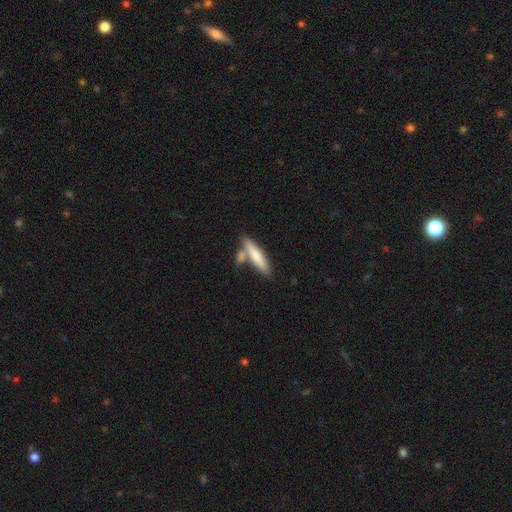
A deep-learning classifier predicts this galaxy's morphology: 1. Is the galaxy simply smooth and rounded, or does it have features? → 70% smooth, 24% featured or disk, 5% star or artifact.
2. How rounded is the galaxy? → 81% cigar-shaped, 17% in between, 2% round.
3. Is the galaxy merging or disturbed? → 57% none, 27% merger, 12% minor disturbance, 4% major disturbance.